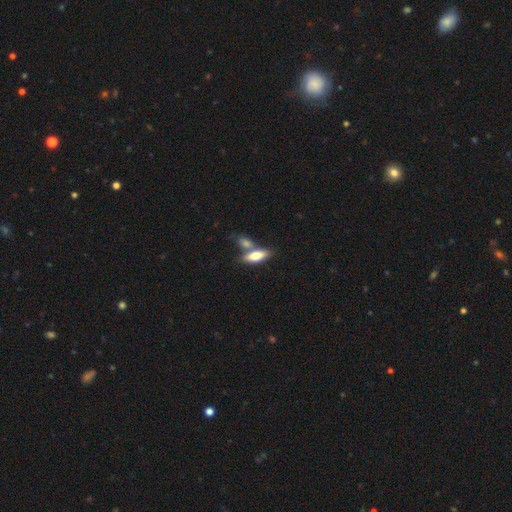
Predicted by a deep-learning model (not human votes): smooth 69%, featured or disk 24%, star or artifact 6%. Down the decision tree: how rounded — in between (65%); merging — none (48%).